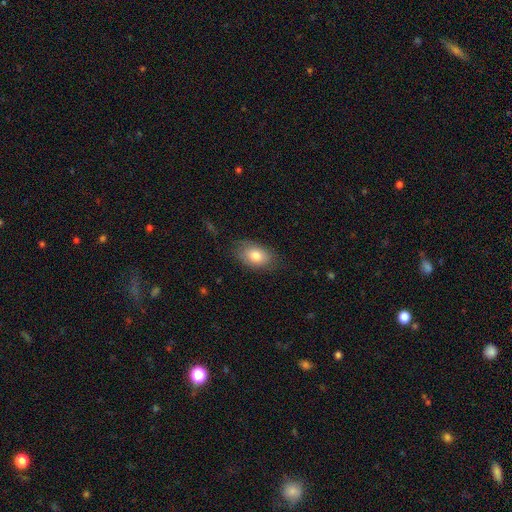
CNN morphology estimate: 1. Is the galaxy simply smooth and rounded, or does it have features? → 79% smooth, 14% featured or disk, 8% star or artifact.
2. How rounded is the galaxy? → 88% in between, 11% round, 2% cigar-shaped.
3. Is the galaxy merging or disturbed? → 79% none, 16% minor disturbance, 4% major disturbance, 1% merger.